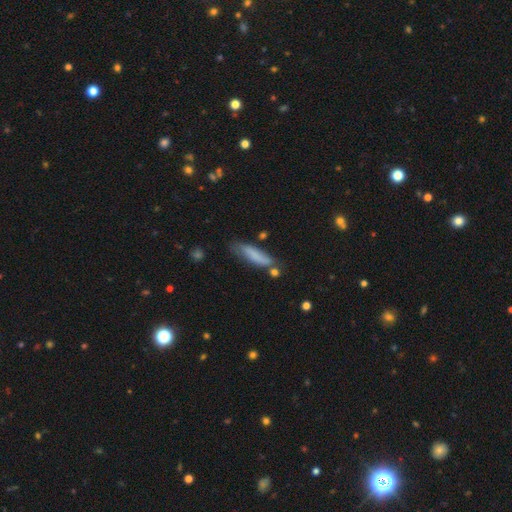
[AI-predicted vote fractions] smooth_or_featured: smooth (p=0.74) [alt: featured or disk p=0.19]
how_rounded: cigar-shaped (p=0.69) [alt: in between p=0.29]
merging: none (p=0.61) [alt: minor disturbance p=0.25]